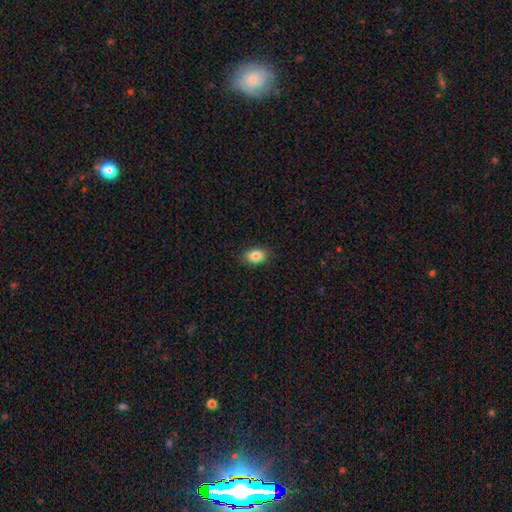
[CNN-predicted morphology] Overall: smooth (85%). How rounded: in between (83%). Merging: none (88%).